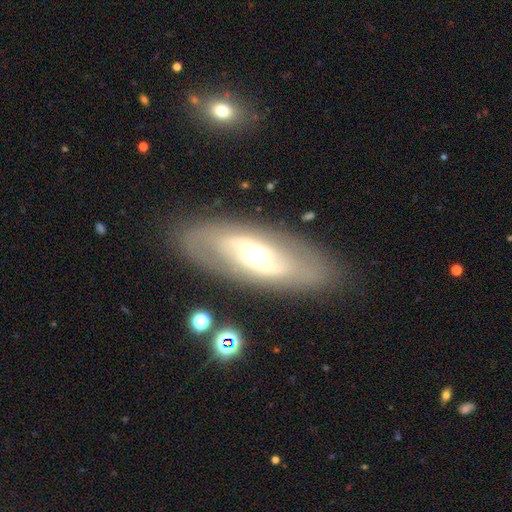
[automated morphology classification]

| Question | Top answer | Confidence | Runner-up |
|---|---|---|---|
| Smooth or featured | featured or disk | 70% | smooth (24%) |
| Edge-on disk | no | 86% | yes (14%) |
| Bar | no | 46% | weak (36%) |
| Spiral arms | yes | 65% | no (35%) |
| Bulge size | moderate | 63% | small (21%) |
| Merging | none | 83% | minor disturbance (11%) |